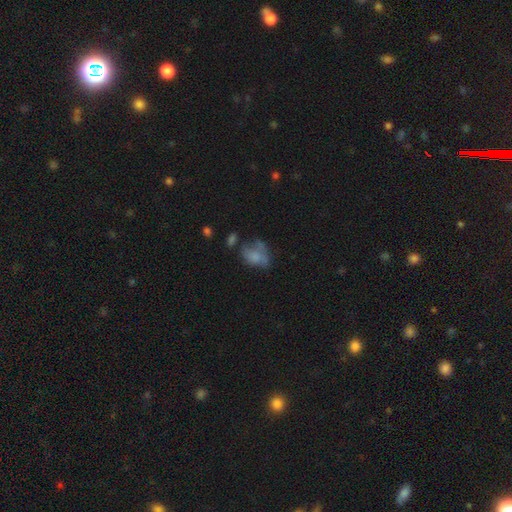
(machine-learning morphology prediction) A smooth galaxy with no disk features (59%) that is in between round and cigar-shaped (67%).

Vote fractions:
- Smooth or featured? smooth: 59% / featured or disk: 29% / star or artifact: 12%
- How rounded? in between: 67% / round: 31% / cigar-shaped: 2%
- Merging? none: 31% / major disturbance: 30% / minor disturbance: 26% / merger: 13%